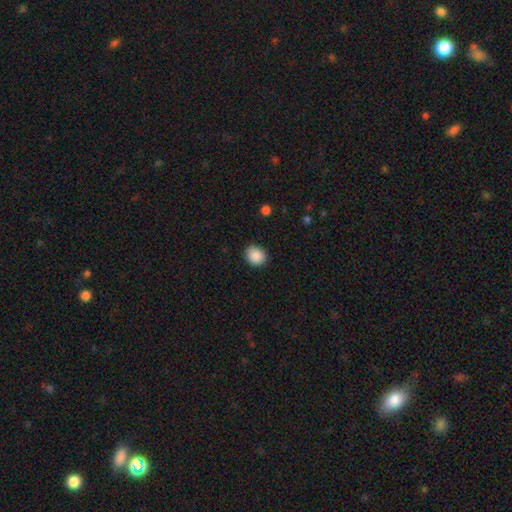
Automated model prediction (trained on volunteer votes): Overall: smooth (89%). How rounded: round (72%). Merging: none (88%).